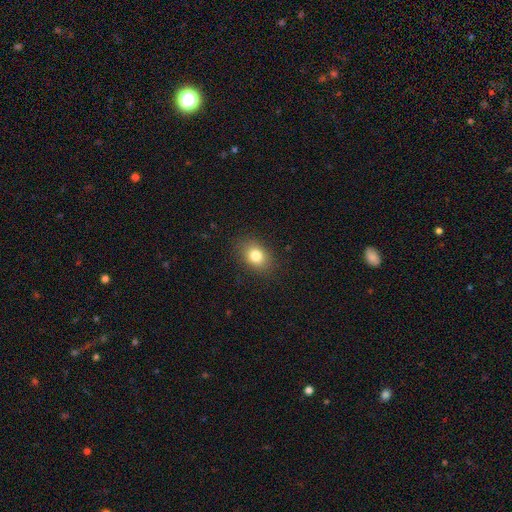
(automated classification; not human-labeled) Smooth or featured: smooth — 80% (star or artifact — 11%)
How rounded: in between — 67% (round — 32%)
Merging: none — 86% (minor disturbance — 10%)